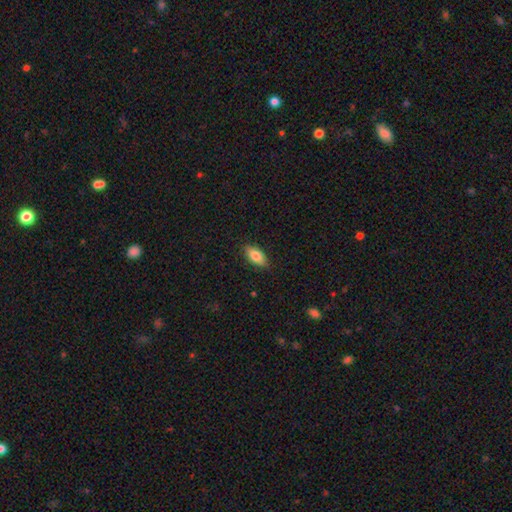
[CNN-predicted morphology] Smooth or featured?
  - smooth: 82% *
  - featured or disk: 11%
  - star or artifact: 7%
How rounded?
  - in between: 88% *
  - cigar-shaped: 9%
  - round: 3%
Merging?
  - none: 86% *
  - minor disturbance: 11%
  - major disturbance: 2%
  - merger: 1%